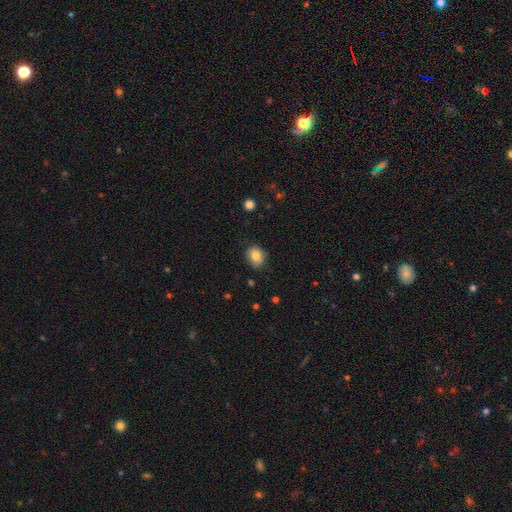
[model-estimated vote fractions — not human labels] smooth_or_featured: smooth (p=0.79) [alt: featured or disk p=0.11]
how_rounded: round (p=0.58) [alt: in between p=0.41]
merging: none (p=0.83) [alt: minor disturbance p=0.14]